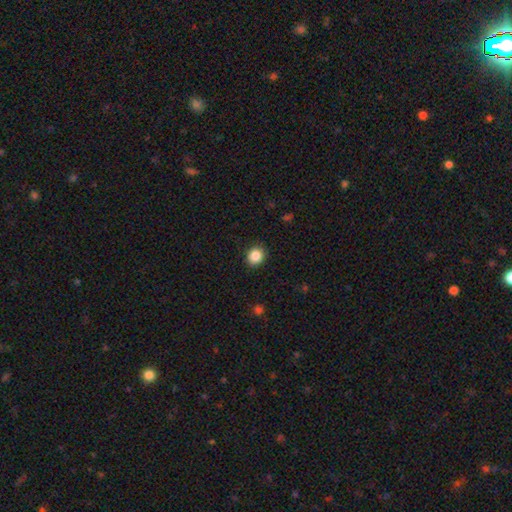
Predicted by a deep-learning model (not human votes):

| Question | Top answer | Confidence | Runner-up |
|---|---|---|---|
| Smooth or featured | smooth | 86% | star or artifact (10%) |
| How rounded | round | 77% | in between (23%) |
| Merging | none | 90% | minor disturbance (7%) |